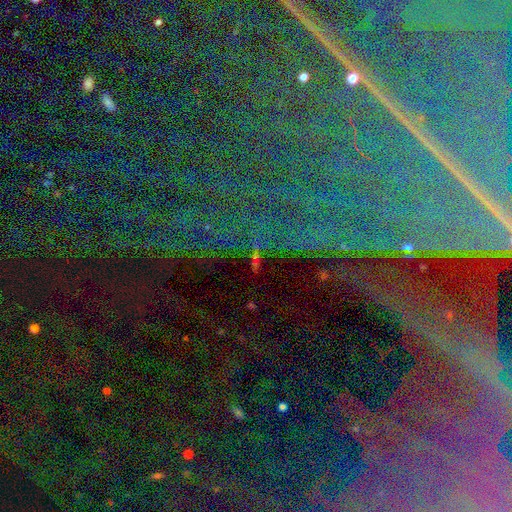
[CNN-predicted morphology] Smooth or featured: star or artifact — 73% (smooth — 15%)